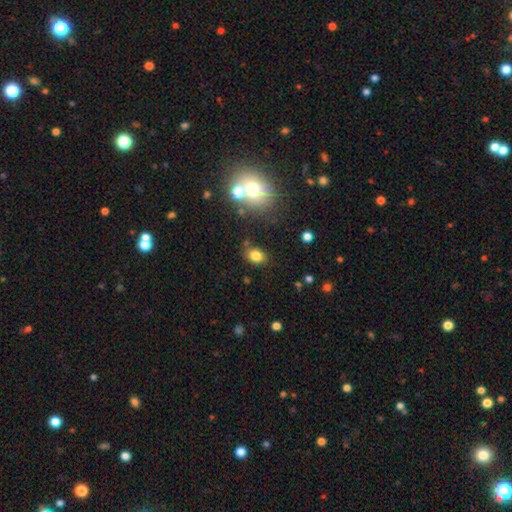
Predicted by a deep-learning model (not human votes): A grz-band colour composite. It shows a smooth galaxy with no disk features (80%) that is in between round and cigar-shaped (64%). Merging: none (79%).